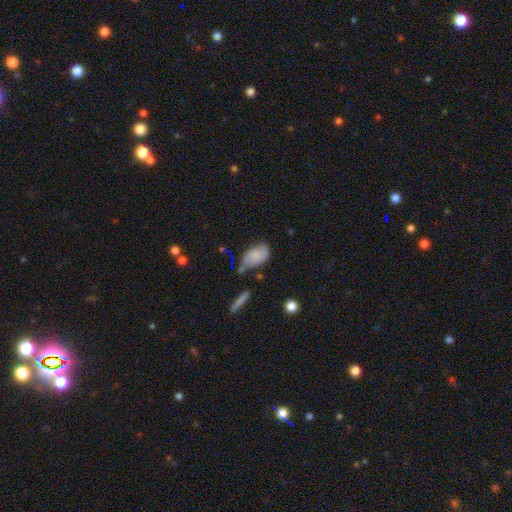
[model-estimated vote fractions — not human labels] smooth-or-featured: smooth: 73% | featured or disk: 19% | star or artifact: 8%
  how-rounded: in between: 93% | round: 5% | cigar-shaped: 2%
  merging: none: 54% | minor disturbance: 29% | major disturbance: 9% | merger: 8%